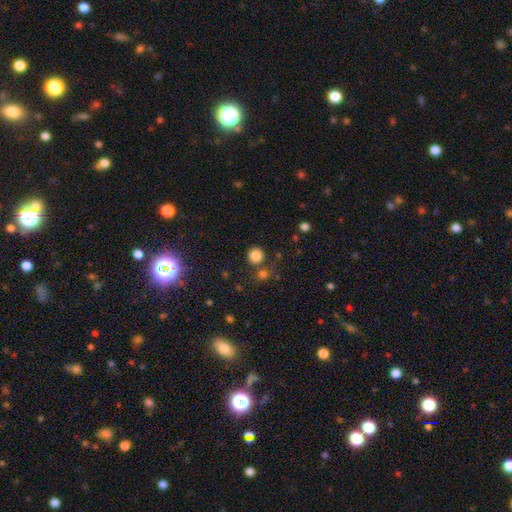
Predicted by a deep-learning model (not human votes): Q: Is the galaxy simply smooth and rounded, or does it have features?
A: smooth — 82%.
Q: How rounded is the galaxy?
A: round — 93%.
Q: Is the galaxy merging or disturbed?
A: none — 78%.